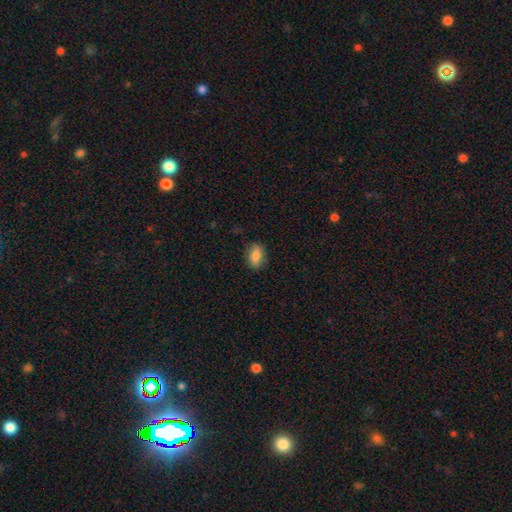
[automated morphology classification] This appears to be a smooth galaxy with no disk features (82%) that is in between round and cigar-shaped (85%). Merging: none (83%).